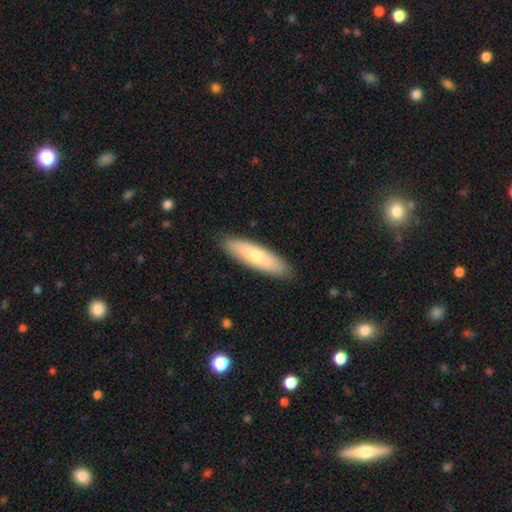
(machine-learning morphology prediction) Smooth or featured: smooth — 66% (featured or disk — 29%)
How rounded: cigar-shaped — 59% (in between — 39%)
Merging: none — 88% (minor disturbance — 9%)